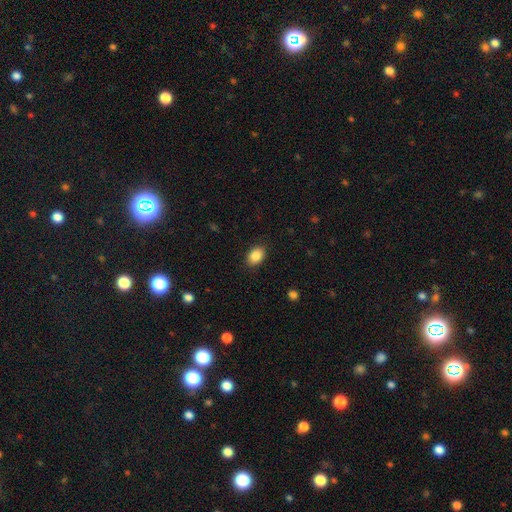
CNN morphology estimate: type=smooth (88%); roundness=in between (75%); merging=none (88%).